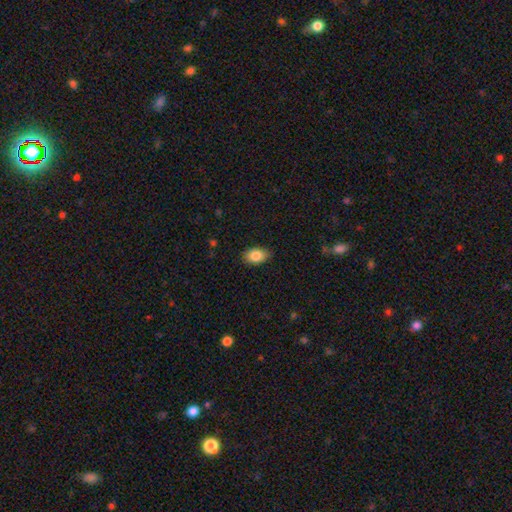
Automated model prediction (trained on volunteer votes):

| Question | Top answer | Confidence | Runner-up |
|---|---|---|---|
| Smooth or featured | smooth | 86% | star or artifact (7%) |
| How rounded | in between | 88% | round (11%) |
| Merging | none | 85% | minor disturbance (12%) |